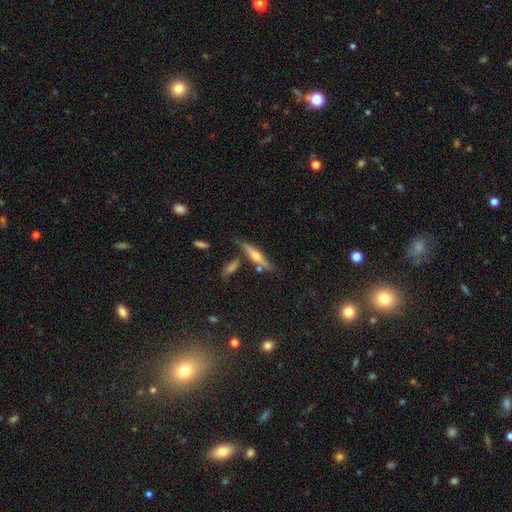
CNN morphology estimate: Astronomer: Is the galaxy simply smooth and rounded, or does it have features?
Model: featured or disk — 64%.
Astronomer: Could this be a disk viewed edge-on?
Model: yes — 94%.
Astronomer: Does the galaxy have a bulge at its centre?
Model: rounded — 85%.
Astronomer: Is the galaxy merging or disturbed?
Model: none — 74%.